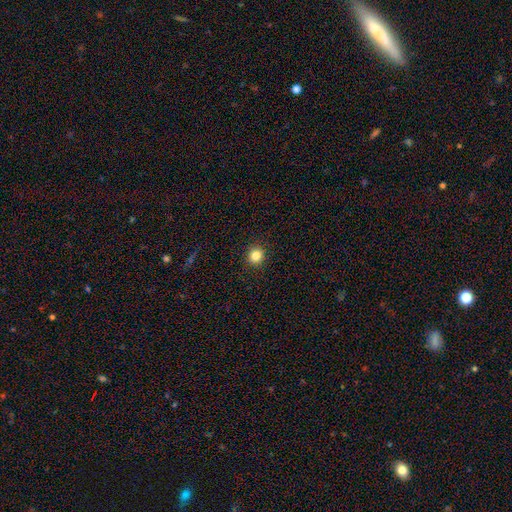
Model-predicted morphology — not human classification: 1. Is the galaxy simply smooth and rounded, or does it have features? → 83% smooth, 12% star or artifact, 5% featured or disk.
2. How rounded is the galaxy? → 91% round, 8% in between, 1% cigar-shaped.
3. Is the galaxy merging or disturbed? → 92% none, 5% minor disturbance, 2% major disturbance, 1% merger.